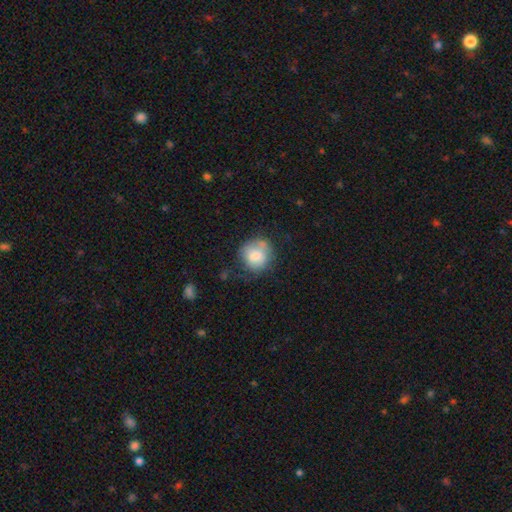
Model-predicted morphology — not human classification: Smooth or featured: smooth — 74% (featured or disk — 19%)
How rounded: round — 83% (in between — 16%)
Merging: none — 52% (minor disturbance — 28%)